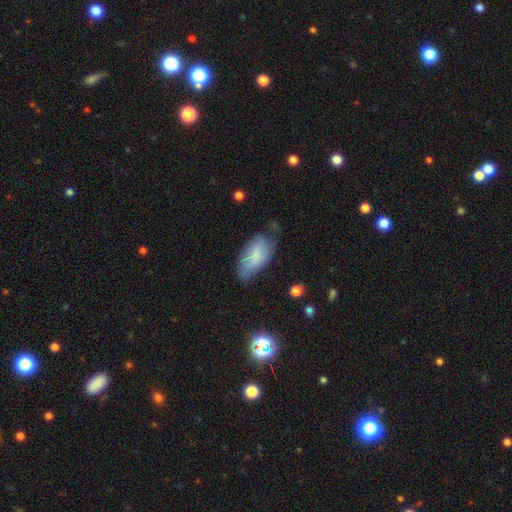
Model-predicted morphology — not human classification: smooth_or_featured: smooth (p=0.74) [alt: featured or disk p=0.19]
how_rounded: in between (p=0.93) [alt: cigar-shaped p=0.05]
merging: none (p=0.47) [alt: minor disturbance p=0.38]